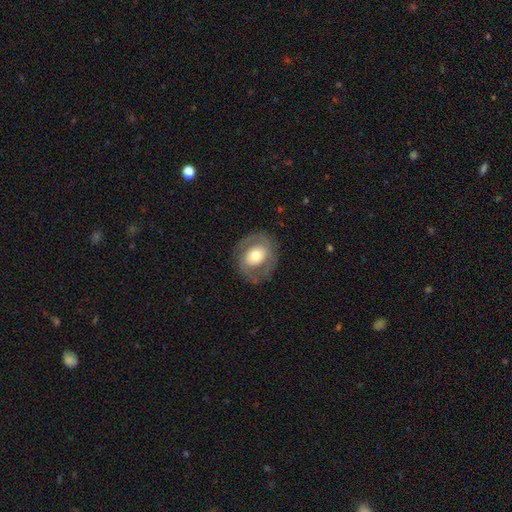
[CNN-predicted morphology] Smooth or featured?
  - featured or disk: 57% *
  - smooth: 37%
  - star or artifact: 7%
Edge-on disk?
  - no: 96% *
  - yes: 4%
Bar?
  - no: 68% *
  - weak: 22%
  - strong: 10%
Spiral arms?
  - yes: 52% *
  - no: 48%
Bulge size?
  - moderate: 64% *
  - large: 21%
  - small: 11%
  - dominant: 2%
  - none: 1%
Merging?
  - none: 77% *
  - minor disturbance: 13%
  - major disturbance: 9%
  - merger: 1%